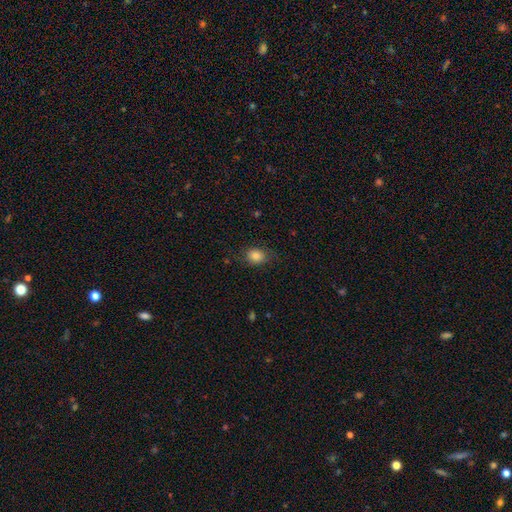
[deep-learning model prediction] The model was most divided on "how rounded": round: 52%, in between: 47%, cigar-shaped: 1%. More confident: smooth or featured — smooth (81%); merging — none (74%).